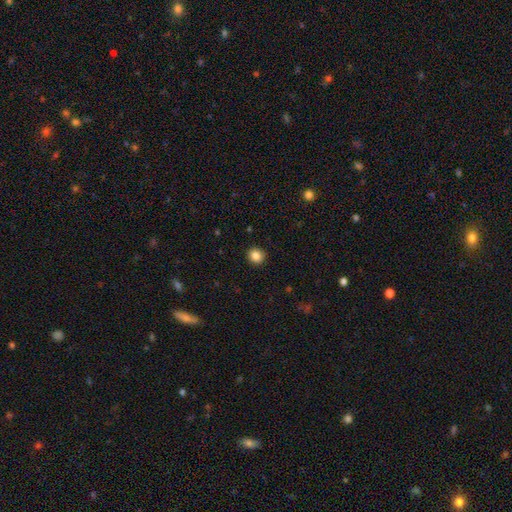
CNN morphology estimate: Smooth or featured?
  - smooth: 85% *
  - star or artifact: 10%
  - featured or disk: 4%
How rounded?
  - round: 85% *
  - in between: 14%
  - cigar-shaped: 1%
Merging?
  - none: 91% *
  - minor disturbance: 6%
  - major disturbance: 2%
  - merger: 1%